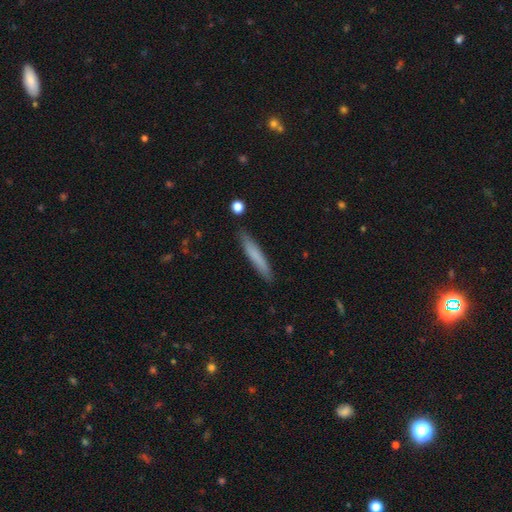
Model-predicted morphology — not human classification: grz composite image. It shows a smooth galaxy with no disk features (74%) that is cigar-shaped (93%). Merging: none (87%).